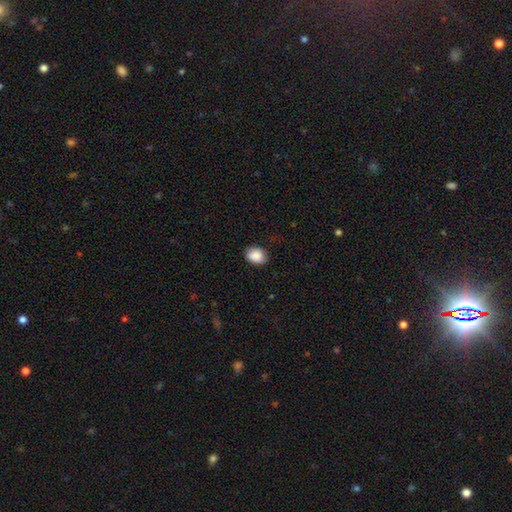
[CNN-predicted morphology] The model was most divided on "how rounded": in between: 66%, round: 33%, cigar-shaped: 1%. More confident: smooth or featured — smooth (88%); merging — none (79%).